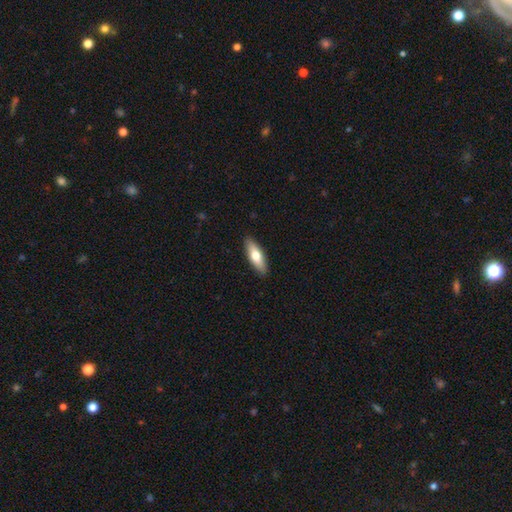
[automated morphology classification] Smooth or featured? smooth (68%)
How rounded? in between (55%)
Merging? none (90%)